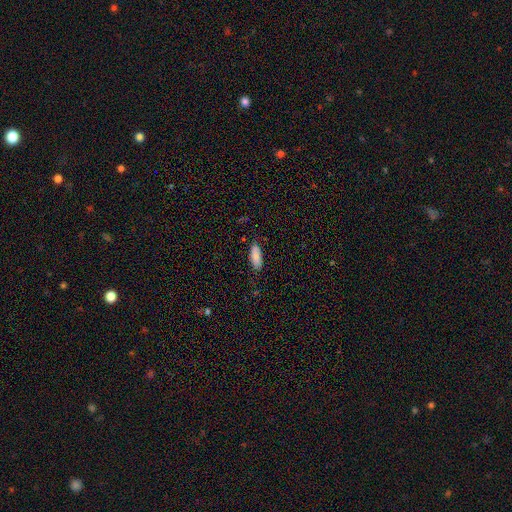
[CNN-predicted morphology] Smooth or featured: smooth — 87% (star or artifact — 6%)
How rounded: in between — 76% (cigar-shaped — 22%)
Merging: none — 81% (minor disturbance — 15%)